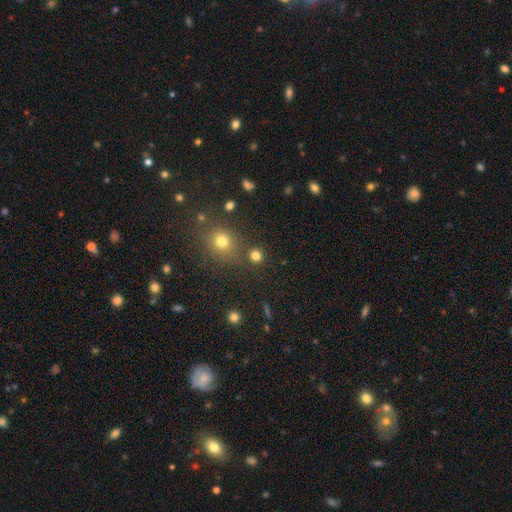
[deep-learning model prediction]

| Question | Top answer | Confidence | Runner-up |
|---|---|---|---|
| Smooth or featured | smooth | 78% | star or artifact (17%) |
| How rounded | round | 89% | in between (10%) |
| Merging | none | 81% | merger (9%) |